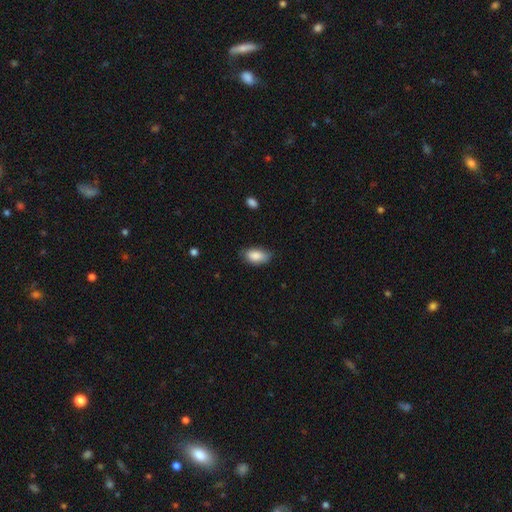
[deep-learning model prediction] smooth_or_featured: smooth (p=0.87) [alt: star or artifact p=0.07]
how_rounded: in between (p=0.92) [alt: round p=0.04]
merging: none (p=0.71) [alt: minor disturbance p=0.24]